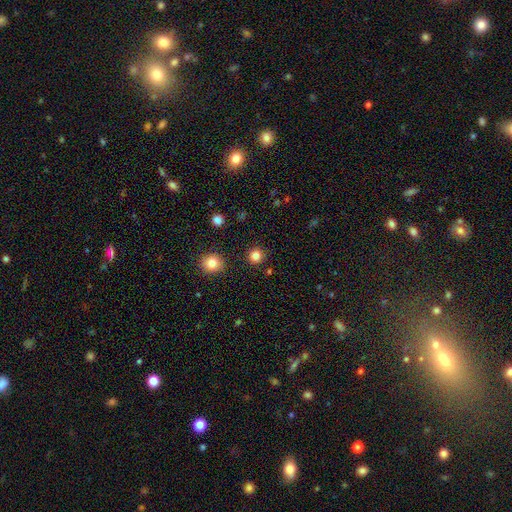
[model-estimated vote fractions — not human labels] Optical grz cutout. It shows a smooth galaxy with no disk features (83%) that is round (92%). Merging: none (90%).